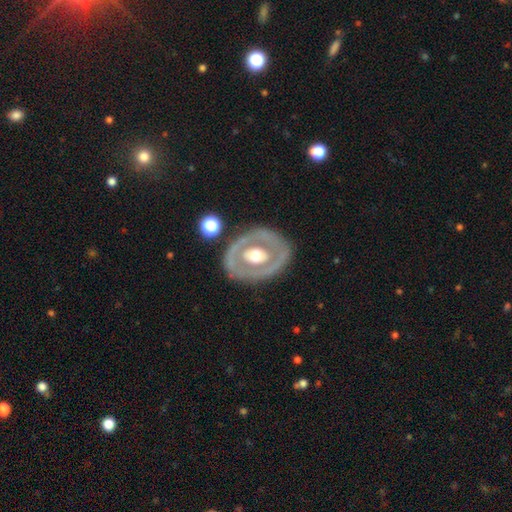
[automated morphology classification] smooth_or_featured: featured or disk (p=0.67) [alt: smooth p=0.28]
disk_edge_on: no (p=0.93) [alt: yes p=0.07]
bar: no (p=0.76) [alt: weak p=0.15]
has_spiral_arms: no (p=0.84) [alt: yes p=0.16]
bulge_size: moderate (p=0.67) [alt: large p=0.24]
merging: none (p=0.79) [alt: minor disturbance p=0.12]